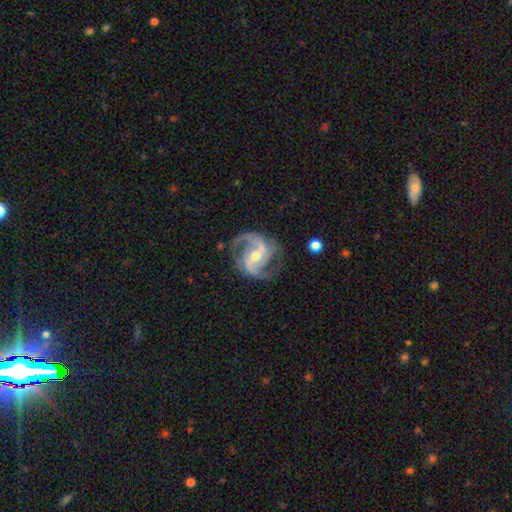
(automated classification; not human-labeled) Smooth or featured?
  - featured or disk: 92% *
  - star or artifact: 5%
  - smooth: 3%
Edge-on disk?
  - no: 98% *
  - yes: 2%
Bar?
  - weak: 40% *
  - strong: 34%
  - no: 25%
Spiral arms?
  - yes: 98% *
  - no: 2%
Spiral winding?
  - medium: 59% *
  - loose: 23%
  - tight: 18%
Spiral arm count?
  - 2: 82% *
  - 3: 10%
  - can't tell: 3%
  - 1: 2%
  - 4: 2%
  - more than 4: 2%
Bulge size?
  - moderate: 59% *
  - small: 37%
  - large: 2%
  - none: 1%
  - dominant: 1%
Merging?
  - none: 74% *
  - minor disturbance: 17%
  - major disturbance: 8%
  - merger: 2%